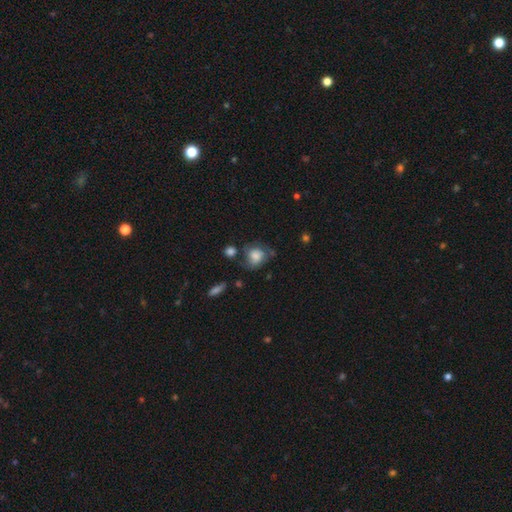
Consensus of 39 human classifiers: A smooth galaxy with no disk features (51%) that is round (70%).

Vote fractions:
- Smooth or featured? smooth: 51% / featured or disk: 49% / star or artifact: 0%
- How rounded? round: 70% / in between: 30% / cigar-shaped: 0%
- Merging? none: 36% (tied) / minor disturbance: 36% (tied) / merger: 18% / major disturbance: 10%